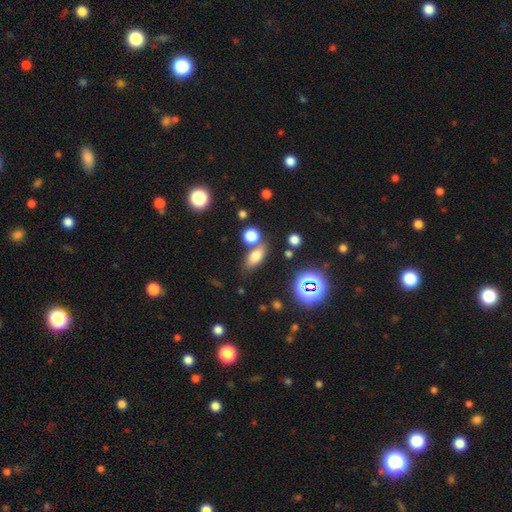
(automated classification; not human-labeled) Smooth or featured: smooth — 72% (star or artifact — 17%)
How rounded: in between — 77% (round — 12%)
Merging: none — 64% (merger — 19%)